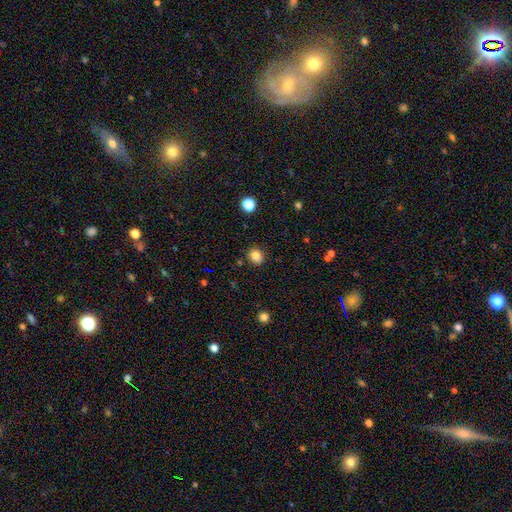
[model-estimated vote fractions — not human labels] Smooth or featured?
  - smooth: 83% *
  - star or artifact: 12%
  - featured or disk: 5%
How rounded?
  - round: 70% *
  - in between: 29%
  - cigar-shaped: 1%
Merging?
  - none: 85% *
  - minor disturbance: 10%
  - merger: 3%
  - major disturbance: 2%